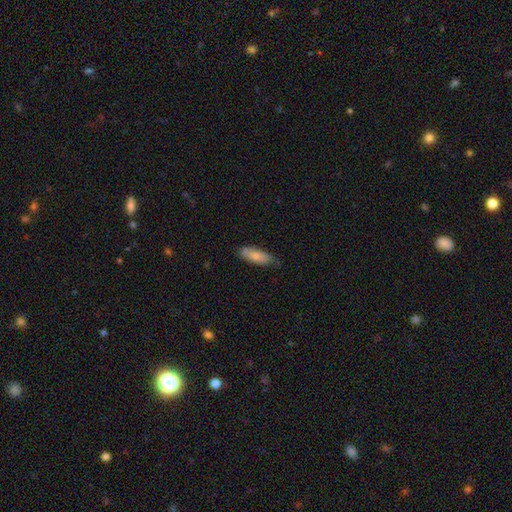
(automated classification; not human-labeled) A smooth galaxy with no disk features (82%) that is in between round and cigar-shaped (67%).

Vote fractions:
- Smooth or featured? smooth: 82% / featured or disk: 13% / star or artifact: 6%
- How rounded? in between: 67% / cigar-shaped: 31% / round: 2%
- Merging? none: 71% / minor disturbance: 24% / major disturbance: 3% / merger: 2%